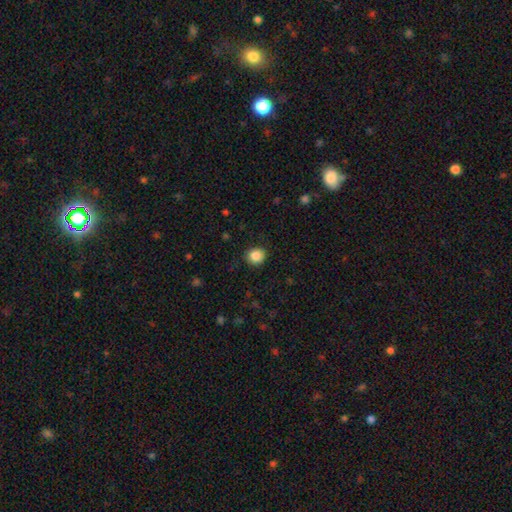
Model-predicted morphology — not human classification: Smooth or featured? Predicted: smooth (p=0.87). How rounded? Predicted: round (p=0.85). Merging? Predicted: none (p=0.88).